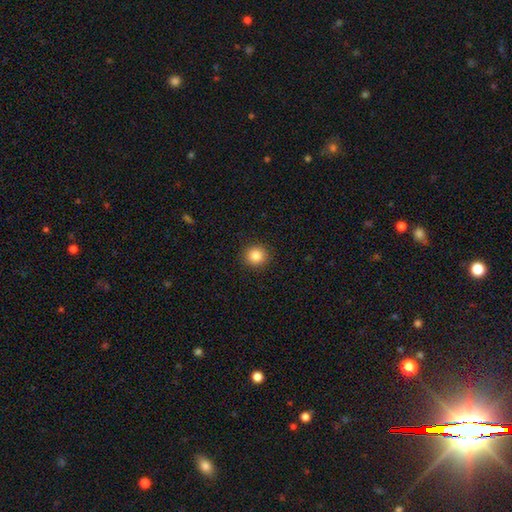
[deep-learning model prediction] Smooth or featured? Predicted: smooth (p=0.85). How rounded? Predicted: round (p=0.92). Merging? Predicted: none (p=0.91).